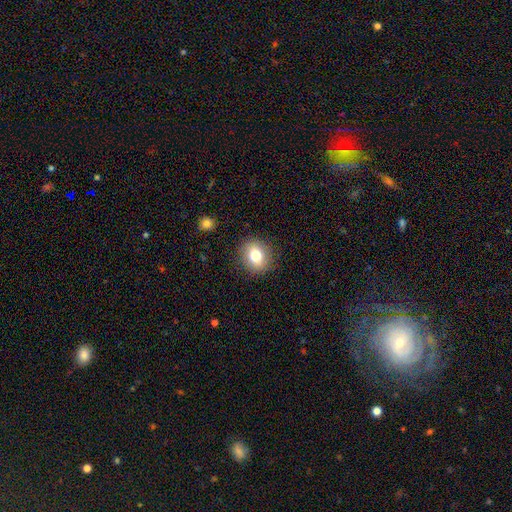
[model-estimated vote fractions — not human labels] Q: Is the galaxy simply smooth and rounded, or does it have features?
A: smooth — 78%.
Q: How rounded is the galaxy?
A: round — 65%.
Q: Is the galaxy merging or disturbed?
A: none — 88%.